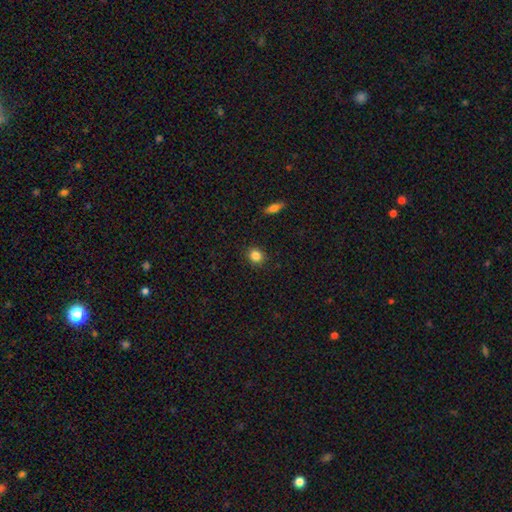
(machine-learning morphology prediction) This appears to be a smooth galaxy with no disk features (85%) that is round (78%). Merging: none (90%).